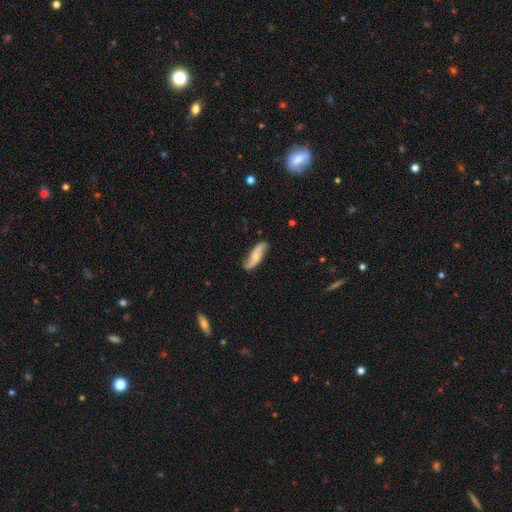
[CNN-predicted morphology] Smooth or featured? Predicted: featured or disk (p=0.57). Edge-on disk? Predicted: no (p=0.85). Merging? Predicted: none (p=0.79).